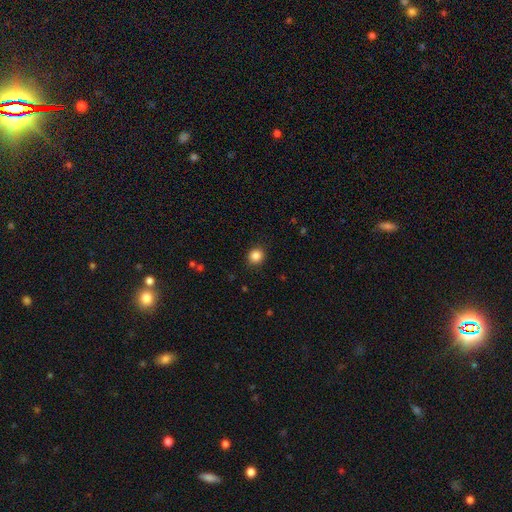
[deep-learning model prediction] smooth-or-featured: smooth: 86% | star or artifact: 11% | featured or disk: 3%
  how-rounded: round: 87% | in between: 12% | cigar-shaped: 1%
  merging: none: 89% | minor disturbance: 7% | major disturbance: 2% | merger: 1%